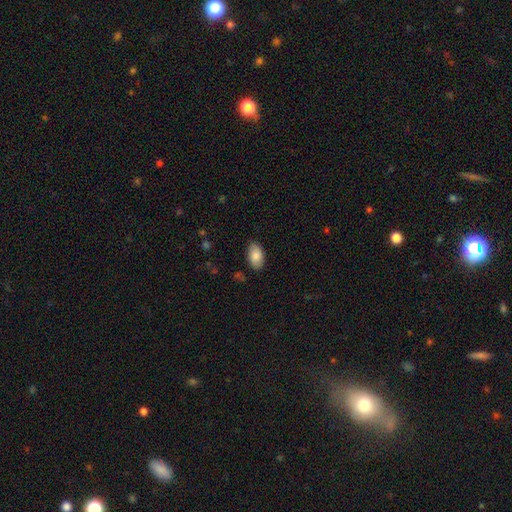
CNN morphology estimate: A smooth galaxy with no disk features (84%) that is in between round and cigar-shaped (94%).

Vote fractions:
- Smooth or featured? smooth: 84% / featured or disk: 9% / star or artifact: 6%
- How rounded? in between: 94% / round: 4% / cigar-shaped: 2%
- Merging? none: 85% / minor disturbance: 11% / major disturbance: 2% / merger: 1%